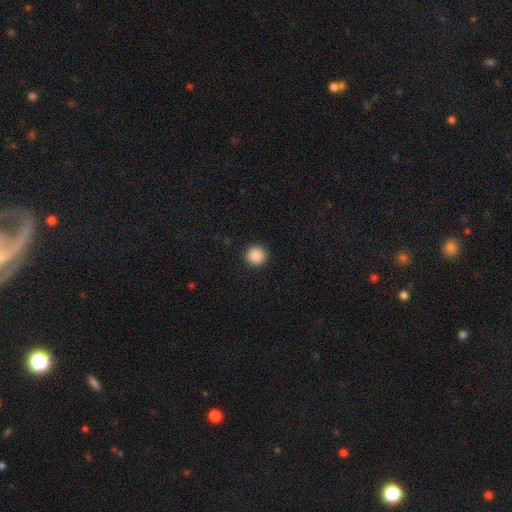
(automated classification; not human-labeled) Q: Smooth or featured?
A: smooth (89%); runner-up: star or artifact (9%)
Q: How rounded?
A: round (96%); runner-up: in between (3%)
Q: Merging?
A: none (93%); runner-up: minor disturbance (4%)